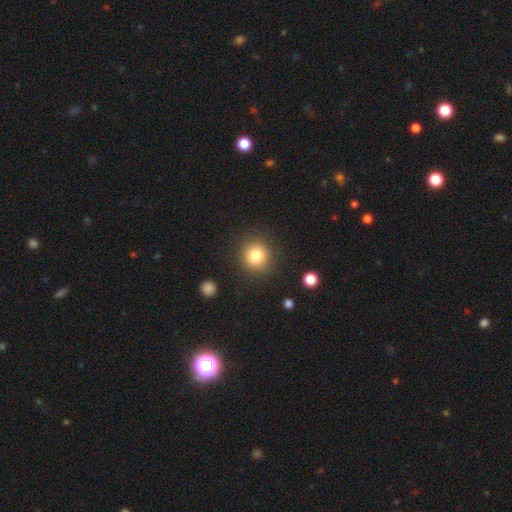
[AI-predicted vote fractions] Q: Smooth or featured?
A: smooth (82%); runner-up: star or artifact (11%)
Q: How rounded?
A: round (90%); runner-up: in between (9%)
Q: Merging?
A: none (87%); runner-up: minor disturbance (8%)